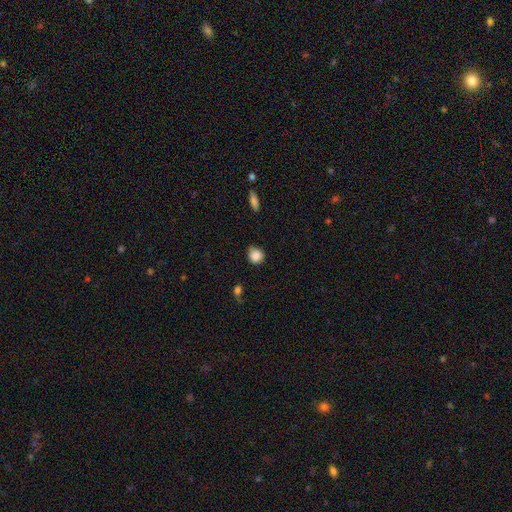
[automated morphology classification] Smooth or featured? Predicted: smooth (p=0.87). How rounded? Predicted: round (p=0.85). Merging? Predicted: none (p=0.74).